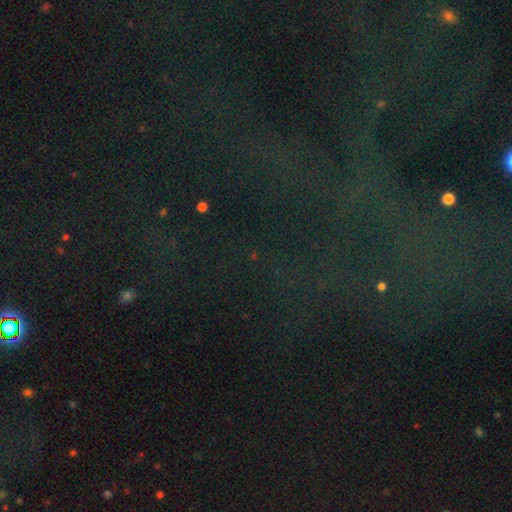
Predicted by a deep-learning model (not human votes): Q: Smooth or featured?
A: star or artifact (78%); runner-up: smooth (12%)